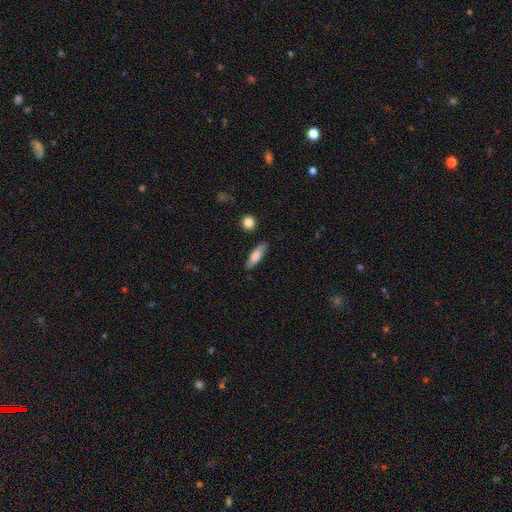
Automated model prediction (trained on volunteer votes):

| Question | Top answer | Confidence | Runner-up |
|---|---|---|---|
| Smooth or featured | smooth | 77% | featured or disk (16%) |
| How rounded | in between | 51% | cigar-shaped (46%) |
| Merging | none | 82% | minor disturbance (14%) |